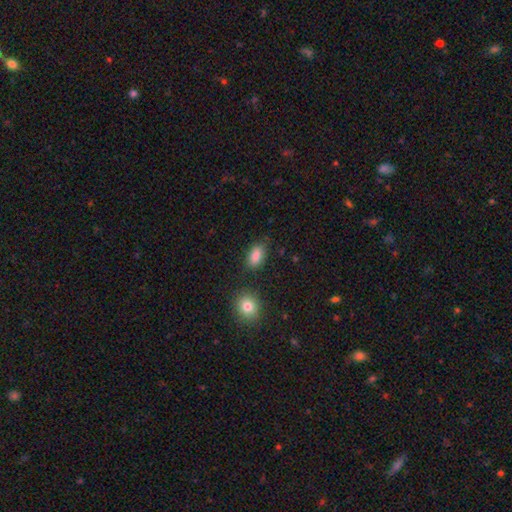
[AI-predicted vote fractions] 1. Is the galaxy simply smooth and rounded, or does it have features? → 87% smooth, 8% star or artifact, 5% featured or disk.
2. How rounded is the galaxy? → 89% in between, 7% round, 4% cigar-shaped.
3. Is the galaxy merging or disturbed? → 78% none, 15% minor disturbance, 4% merger, 4% major disturbance.